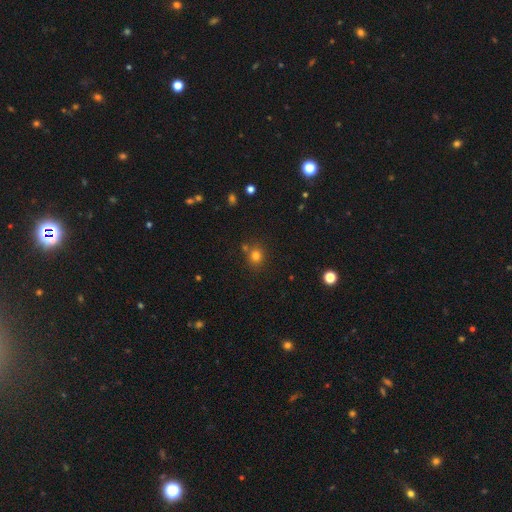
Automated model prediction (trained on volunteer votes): Morphology: type=smooth (78%); roundness=round (82%); merging=none (74%).